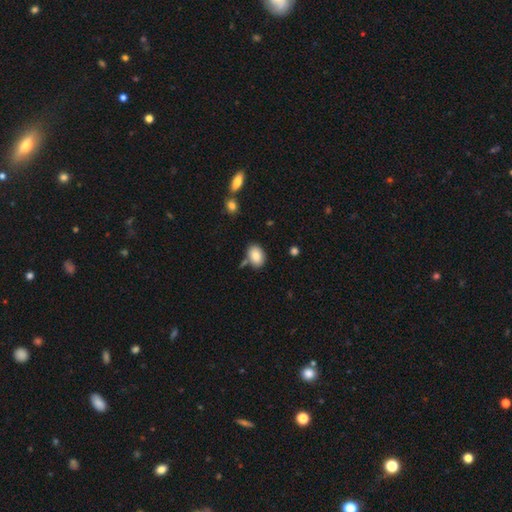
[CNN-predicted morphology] A smooth galaxy with no disk features (85%) that is in between round and cigar-shaped (82%). Merging: none (74%).